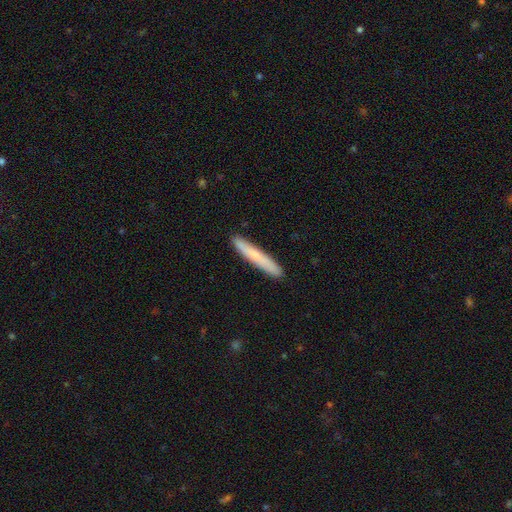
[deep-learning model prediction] Smooth or featured?
  - smooth: 68% *
  - featured or disk: 26%
  - star or artifact: 6%
How rounded?
  - cigar-shaped: 95% *
  - in between: 4%
  - round: 1%
Merging?
  - none: 91% *
  - minor disturbance: 7%
  - major disturbance: 1%
  - merger: 1%